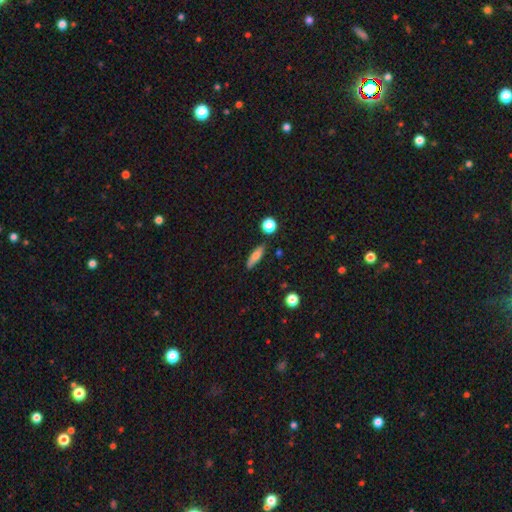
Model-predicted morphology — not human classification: Q: Smooth or featured?
A: smooth (74%); runner-up: featured or disk (18%)
Q: How rounded?
A: cigar-shaped (56%); runner-up: in between (40%)
Q: Merging?
A: none (84%); runner-up: minor disturbance (11%)